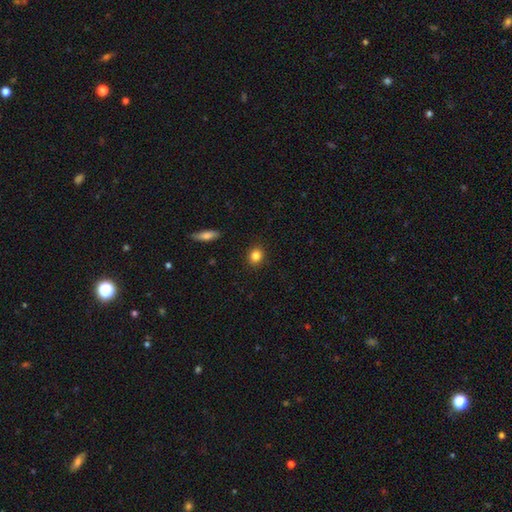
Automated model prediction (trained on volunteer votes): Smooth or featured: smooth — 83% (star or artifact — 10%)
How rounded: round — 73% (in between — 26%)
Merging: none — 91% (minor disturbance — 6%)